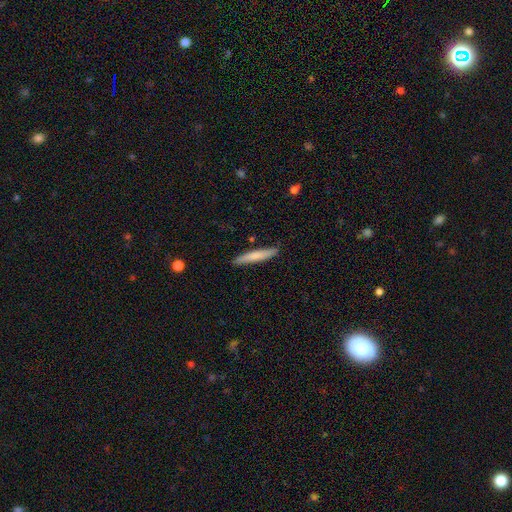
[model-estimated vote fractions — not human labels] Overall: smooth (73%). How rounded: cigar-shaped (93%). Merging: none (86%).